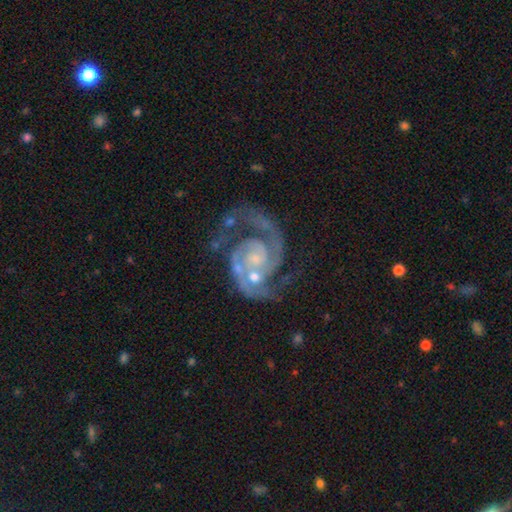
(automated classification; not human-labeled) Smooth or featured?
  - featured or disk: 92% *
  - star or artifact: 4%
  - smooth: 4%
Edge-on disk?
  - no: 98% *
  - yes: 2%
Bar?
  - no: 68% *
  - weak: 26%
  - strong: 6%
Spiral arms?
  - yes: 98% *
  - no: 2%
Spiral winding?
  - medium: 48% *
  - tight: 38%
  - loose: 14%
Spiral arm count?
  - 2: 81% *
  - 3: 7%
  - 1: 4%
  - can't tell: 4%
  - 4: 2%
  - more than 4: 2%
Bulge size?
  - small: 53% *
  - moderate: 32%
  - none: 10%
  - large: 4%
  - dominant: 1%
Merging?
  - none: 42% *
  - major disturbance: 22%
  - merger: 19%
  - minor disturbance: 17%